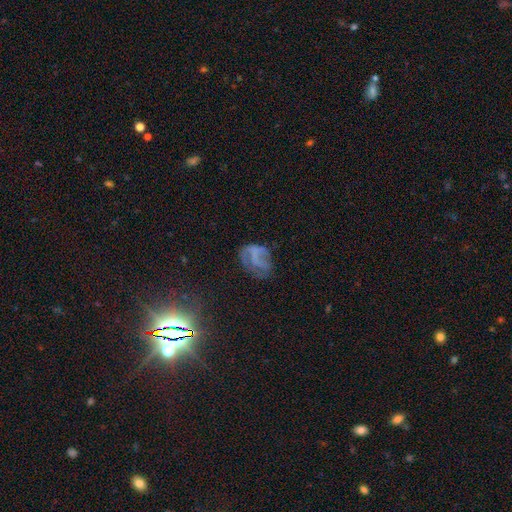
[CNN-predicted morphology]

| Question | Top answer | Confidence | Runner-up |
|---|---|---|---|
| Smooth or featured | featured or disk | 53% | smooth (33%) |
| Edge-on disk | no | 98% | yes (2%) |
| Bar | no | 57% | weak (27%) |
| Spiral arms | yes | 57% | no (43%) |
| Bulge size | none | 76% | small (14%) |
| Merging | none | 45% | major disturbance (28%) |